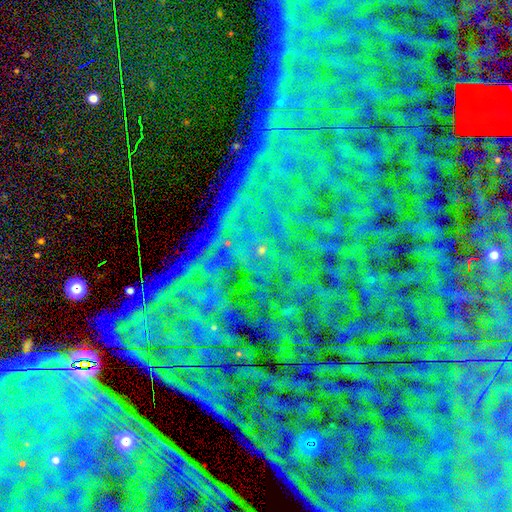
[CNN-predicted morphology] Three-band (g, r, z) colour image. It shows a star or artifact, not a galaxy (86%).